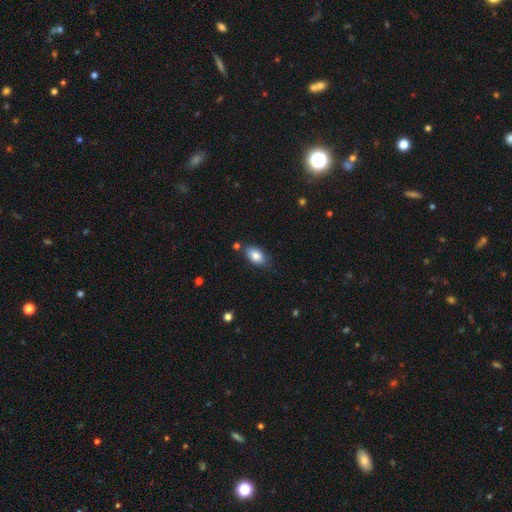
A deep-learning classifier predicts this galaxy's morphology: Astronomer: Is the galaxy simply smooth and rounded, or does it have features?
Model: smooth — 84%.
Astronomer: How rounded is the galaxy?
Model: in between — 91%.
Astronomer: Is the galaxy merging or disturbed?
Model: none — 76%.